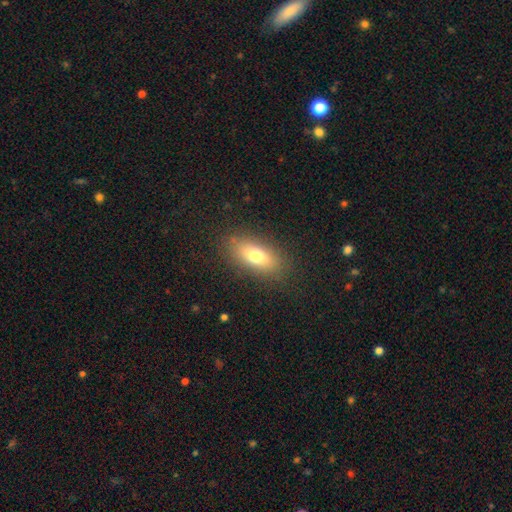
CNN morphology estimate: A smooth galaxy with no disk features (74%) that is in between round and cigar-shaped (81%).

Vote fractions:
- Smooth or featured? smooth: 74% / featured or disk: 16% / star or artifact: 9%
- How rounded? in between: 81% / cigar-shaped: 13% / round: 6%
- Merging? none: 85% / minor disturbance: 10% / major disturbance: 4% / merger: 1%